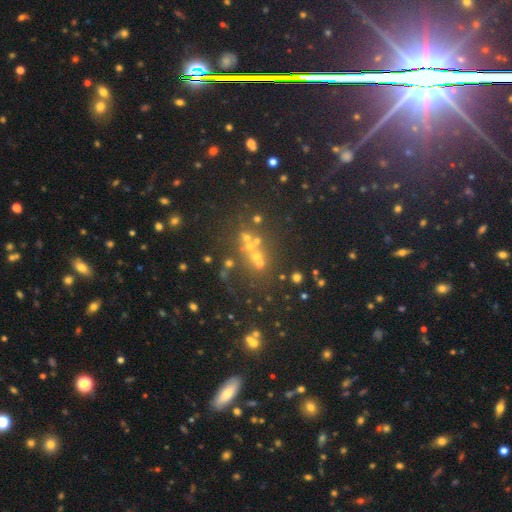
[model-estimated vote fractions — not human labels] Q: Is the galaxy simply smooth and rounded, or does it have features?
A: star or artifact — 50%.